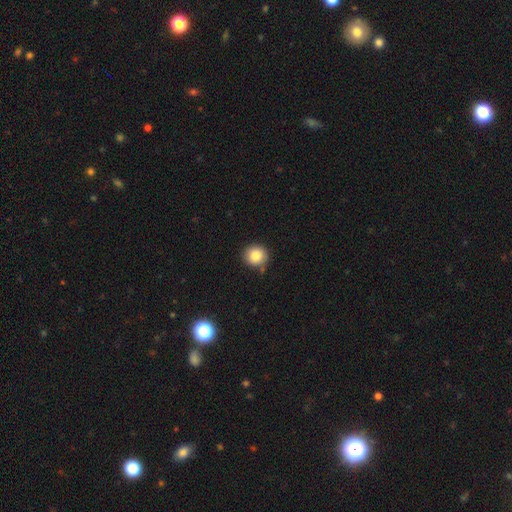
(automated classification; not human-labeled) smooth_or_featured: smooth (p=0.84) [alt: star or artifact p=0.10]
how_rounded: round (p=0.89) [alt: in between p=0.10]
merging: none (p=0.80) [alt: minor disturbance p=0.13]